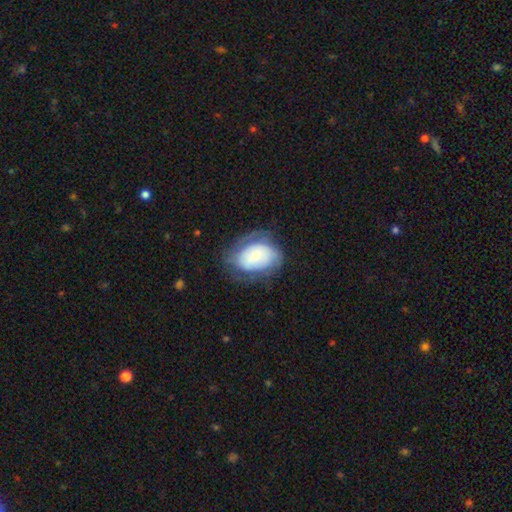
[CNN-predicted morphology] smooth-or-featured: smooth: 47% | featured or disk: 46% | star or artifact: 7%
  merging: none: 54% | minor disturbance: 27% | major disturbance: 17% | merger: 2%